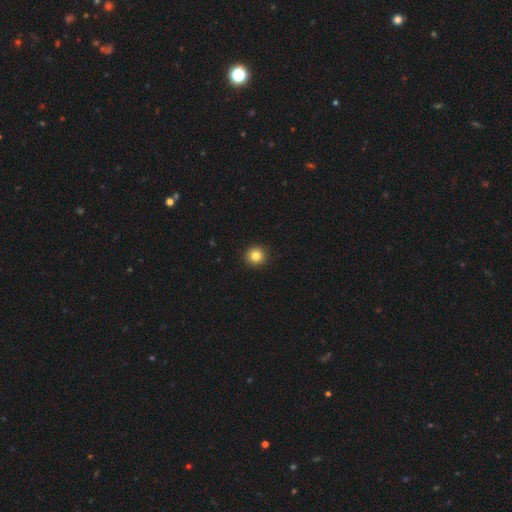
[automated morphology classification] A smooth galaxy with no disk features (83%) that is round (94%). Merging: none (93%).